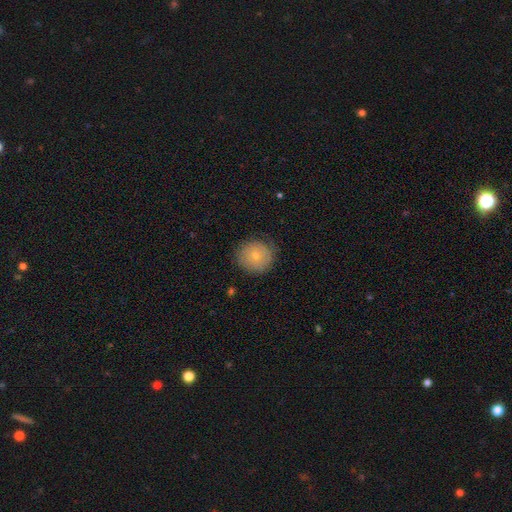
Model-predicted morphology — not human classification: A smooth galaxy with no disk features (71%) that is round (88%).

Vote fractions:
- Smooth or featured? smooth: 71% / featured or disk: 21% / star or artifact: 9%
- How rounded? round: 88% / in between: 11% / cigar-shaped: 1%
- Merging? none: 80% / minor disturbance: 15% / major disturbance: 4% / merger: 1%